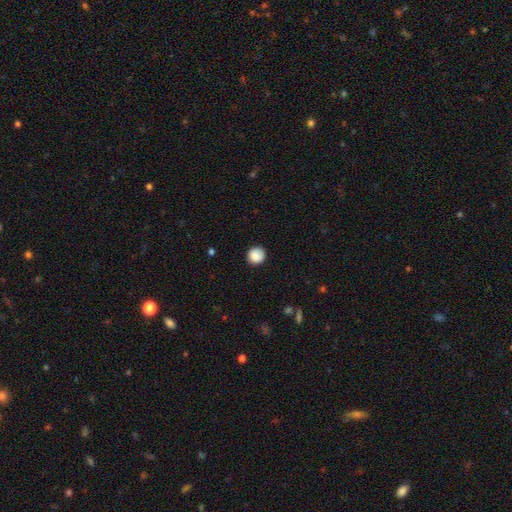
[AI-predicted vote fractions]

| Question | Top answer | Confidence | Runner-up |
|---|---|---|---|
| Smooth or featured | smooth | 87% | star or artifact (8%) |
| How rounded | round | 92% | in between (7%) |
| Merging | none | 87% | minor disturbance (10%) |